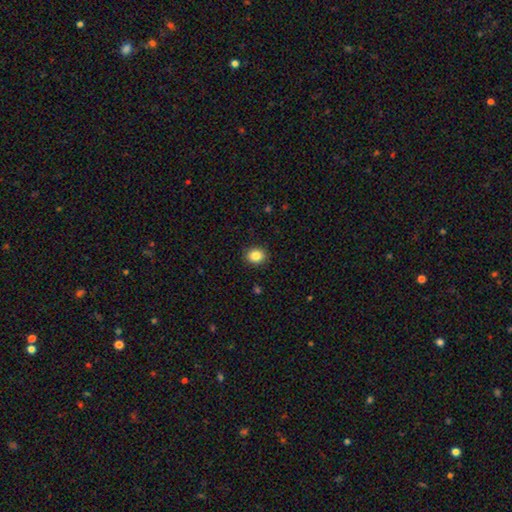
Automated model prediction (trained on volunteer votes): This appears to be a smooth galaxy with no disk features (86%) that is round (61%). Merging: none (91%).